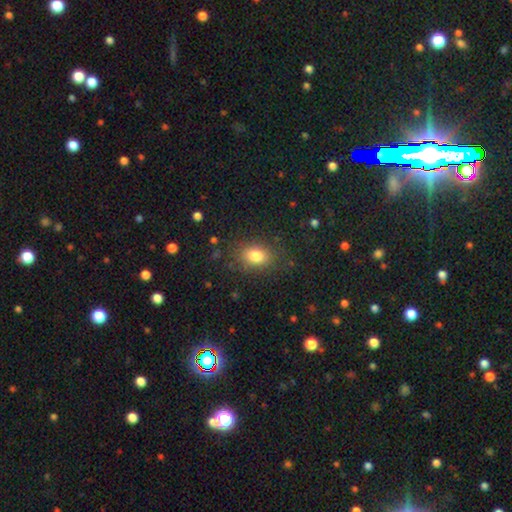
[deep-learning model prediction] Morphology: type=smooth (81%); roundness=in between (76%); merging=none (81%).